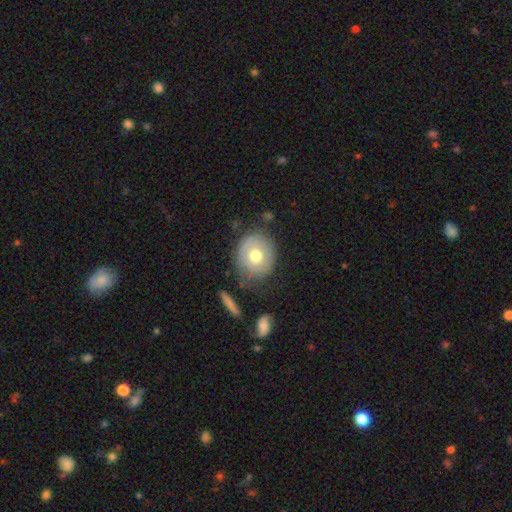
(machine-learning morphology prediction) A smooth galaxy with no disk features (61%) that is round (76%). Merging: none (68%).